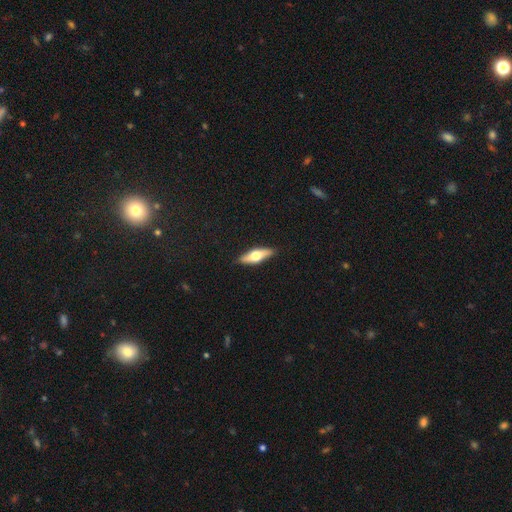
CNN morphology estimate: Overall: featured or disk (49%; smooth 45%). Merging: none (89%).